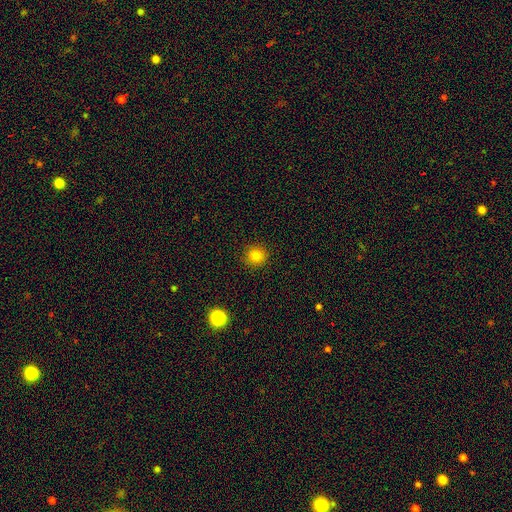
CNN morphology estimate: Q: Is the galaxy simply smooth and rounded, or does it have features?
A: smooth — 81%.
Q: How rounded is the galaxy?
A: round — 92%.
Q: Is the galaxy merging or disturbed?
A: none — 92%.